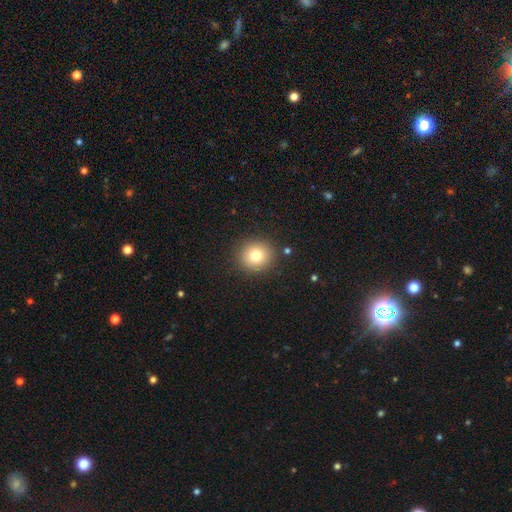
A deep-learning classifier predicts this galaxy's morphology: This appears to be a smooth galaxy with no disk features (78%) that is round (89%). Merging: none (89%).